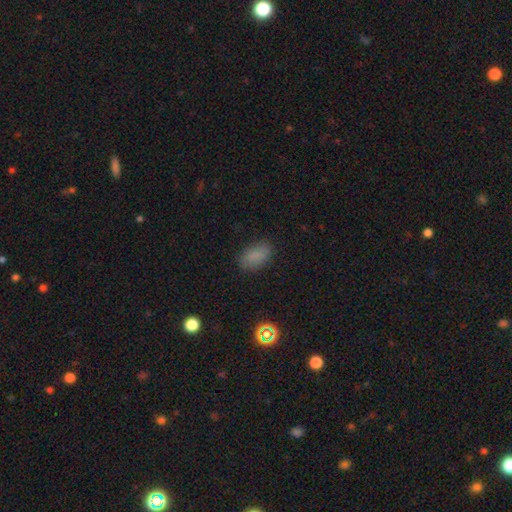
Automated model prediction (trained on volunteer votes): Smooth or featured: smooth — 82% (star or artifact — 13%)
How rounded: in between — 91% (round — 7%)
Merging: none — 83% (minor disturbance — 13%)